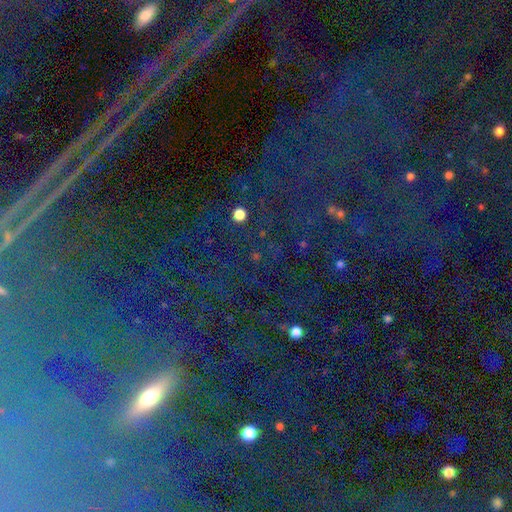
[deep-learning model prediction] Smooth or featured?
  - star or artifact: 81% *
  - featured or disk: 10%
  - smooth: 10%